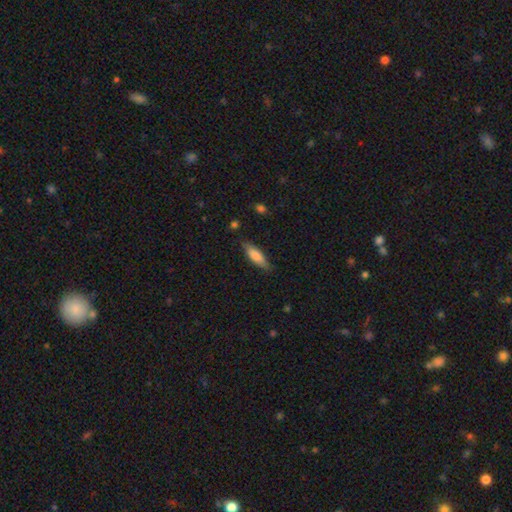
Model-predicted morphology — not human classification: Overall: smooth (77%). How rounded: cigar-shaped (51%; in between 47%). Merging: none (80%).